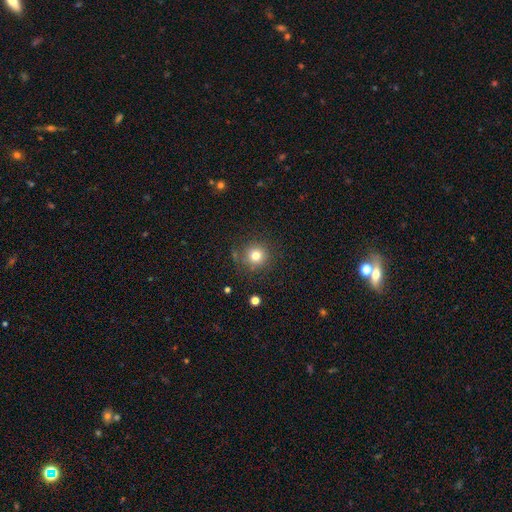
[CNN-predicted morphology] smooth-or-featured: smooth: 79% | star or artifact: 13% | featured or disk: 8%
  how-rounded: round: 93% | in between: 6% | cigar-shaped: 1%
  merging: none: 83% | minor disturbance: 10% | major disturbance: 4% | merger: 3%